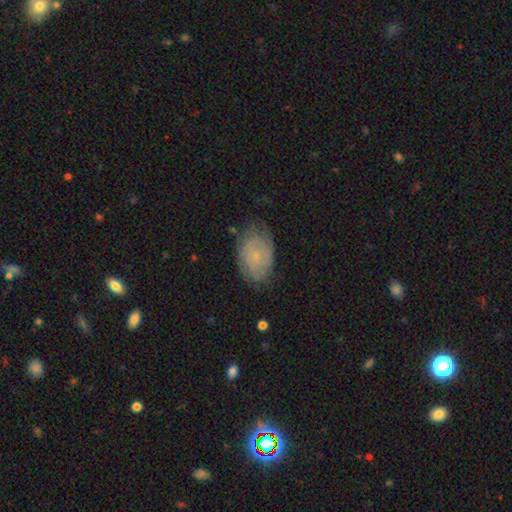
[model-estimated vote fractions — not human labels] Smooth or featured: featured or disk — 50% (smooth — 41%)
Edge-on disk: no — 96% (yes — 4%)
Merging: none — 66% (minor disturbance — 25%)